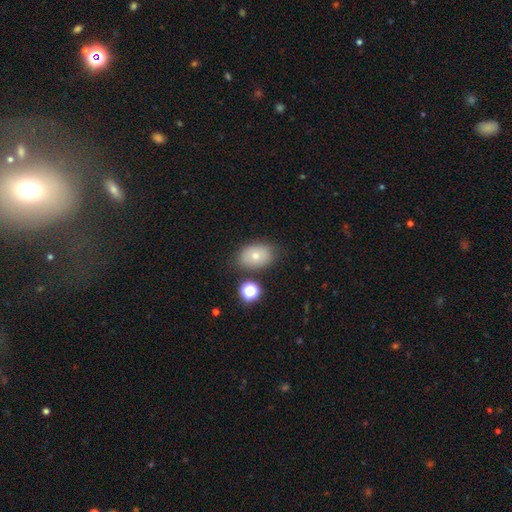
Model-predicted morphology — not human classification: A smooth galaxy with no disk features (73%) that is in between round and cigar-shaped (76%).

Vote fractions:
- Smooth or featured? smooth: 73% / featured or disk: 16% / star or artifact: 11%
- How rounded? in between: 76% / round: 23% / cigar-shaped: 1%
- Merging? none: 76% / minor disturbance: 15% / merger: 5% / major disturbance: 4%